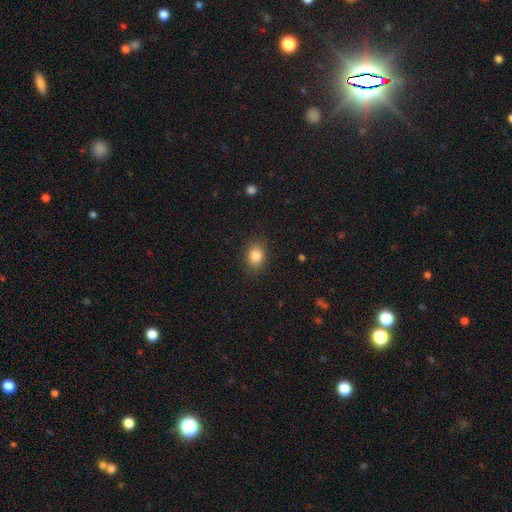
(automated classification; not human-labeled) Smooth or featured? smooth (84%)
How rounded? in between (55%)
Merging? none (87%)